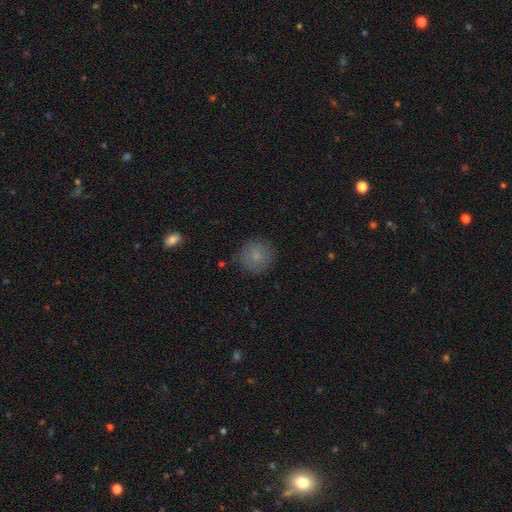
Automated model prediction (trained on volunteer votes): This is likely a smooth galaxy (80%). How rounded: clearly round (92%). Merging: clearly none (83%).